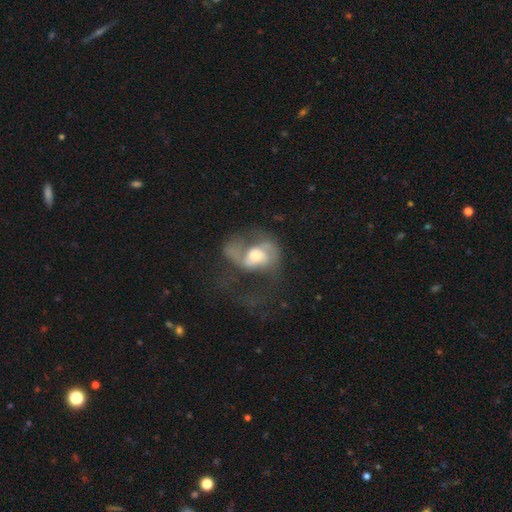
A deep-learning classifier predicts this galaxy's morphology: featured or disk 73%, smooth 19%, star or artifact 7%. Down the decision tree: edge-on disk — no (97%); bar — no (54%); spiral arms — yes (79%); spiral arm count — 2 (62%); spiral winding — loose (45%); bulge size — moderate (54%); merging — major disturbance (52%).